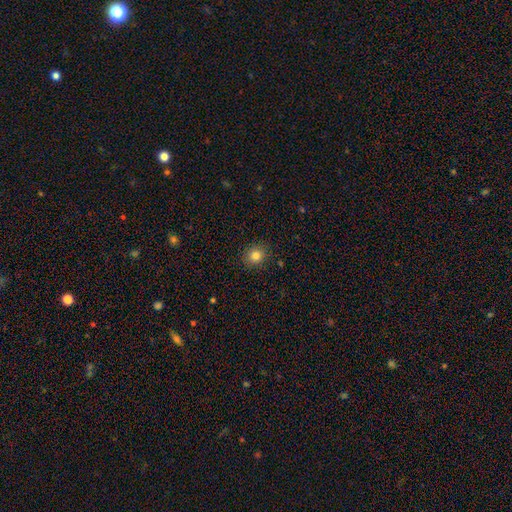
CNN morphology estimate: Smooth or featured? Predicted: smooth (p=0.82). How rounded? Predicted: round (p=0.76). Merging? Predicted: none (p=0.89).